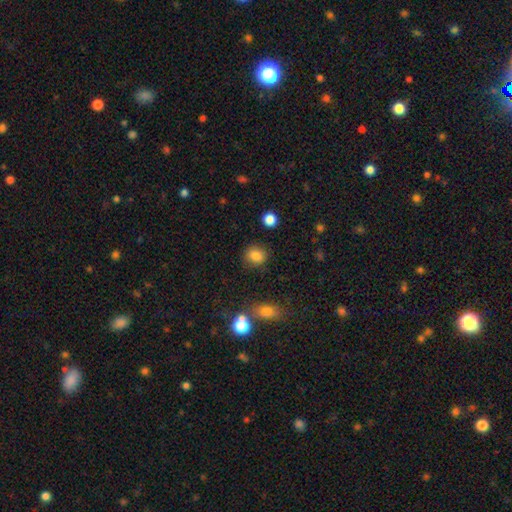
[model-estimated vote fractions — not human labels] smooth_or_featured: smooth (p=0.83) [alt: star or artifact p=0.11]
how_rounded: round (p=0.74) [alt: in between p=0.25]
merging: none (p=0.84) [alt: minor disturbance p=0.10]